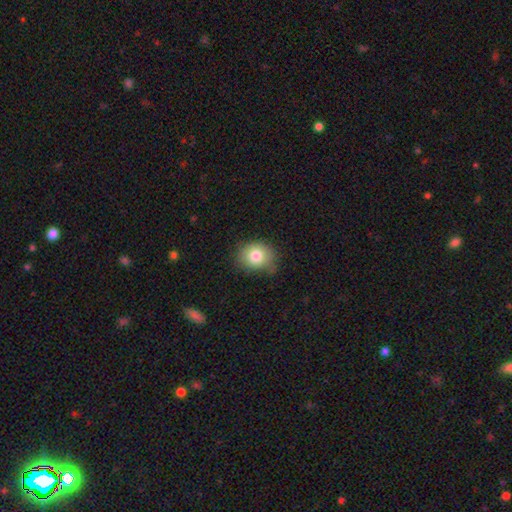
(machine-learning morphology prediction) type=smooth (80%); roundness=round (65%); merging=none (70%).